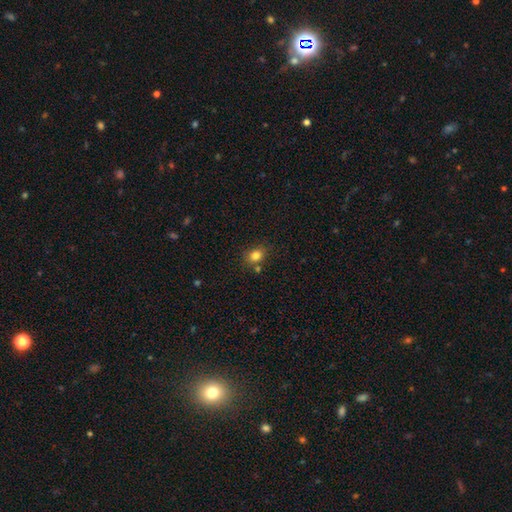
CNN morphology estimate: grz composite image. It shows a smooth galaxy with no disk features (82%) that is in between round and cigar-shaped (51%). Merging: none (73%).